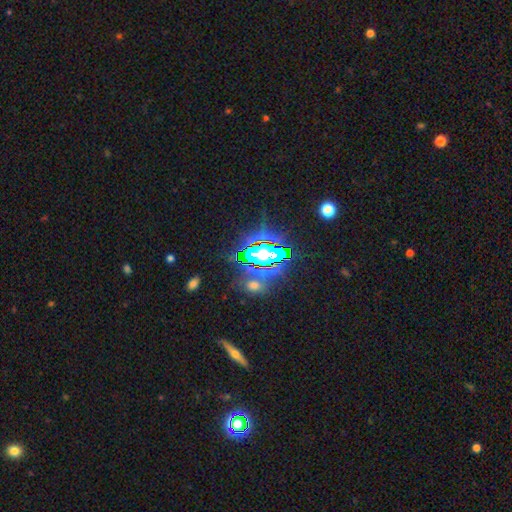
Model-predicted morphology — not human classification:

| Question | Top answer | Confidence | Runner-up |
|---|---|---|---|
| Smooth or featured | star or artifact | 79% | smooth (11%) |